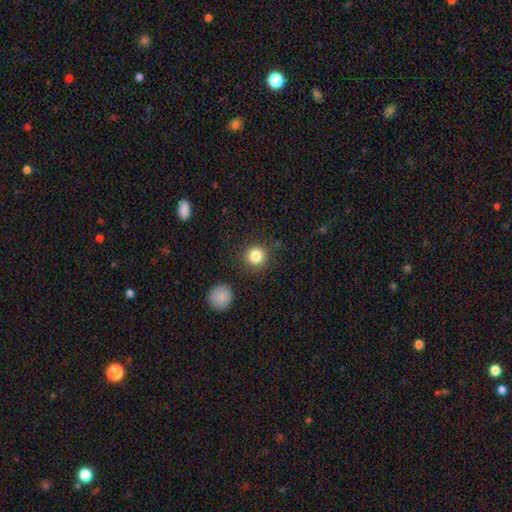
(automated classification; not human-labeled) The model was most divided on "smooth or featured": smooth: 84%, star or artifact: 10%, featured or disk: 6%. More confident: how rounded — round (93%); merging — none (87%).